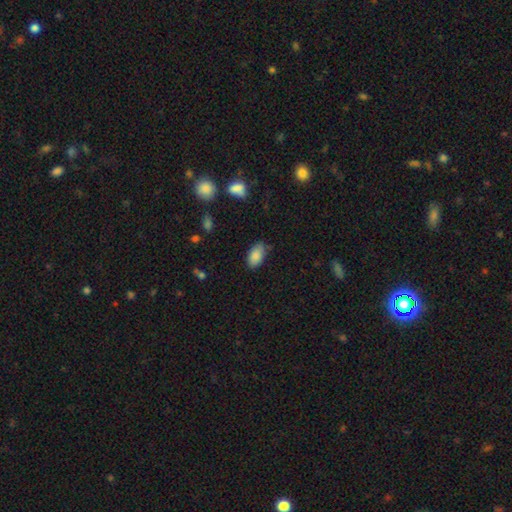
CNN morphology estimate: Smooth or featured: smooth — 87% (star or artifact — 8%)
How rounded: in between — 93% (round — 4%)
Merging: none — 74% (minor disturbance — 20%)